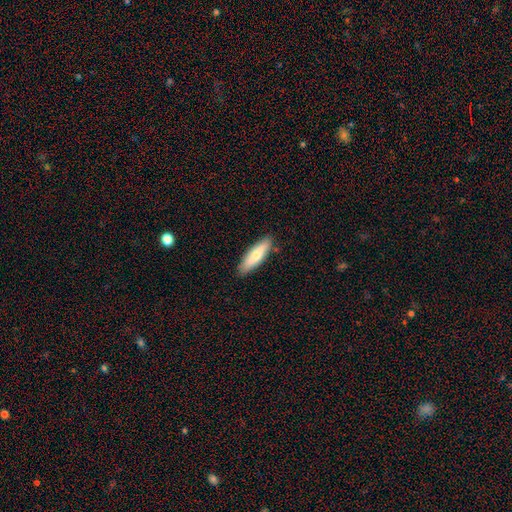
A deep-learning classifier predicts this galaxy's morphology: A smooth galaxy with no disk features (69%) that is cigar-shaped (63%). Merging: none (88%).